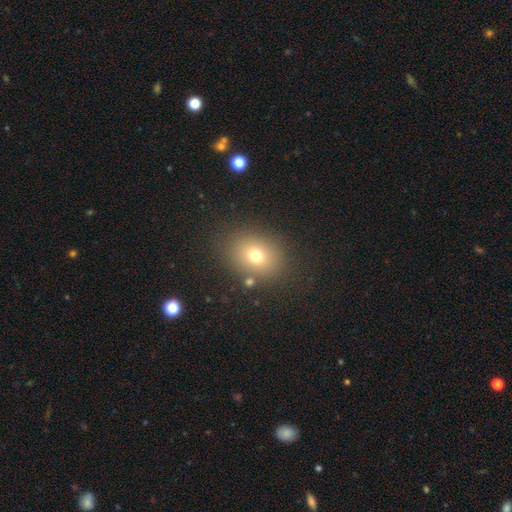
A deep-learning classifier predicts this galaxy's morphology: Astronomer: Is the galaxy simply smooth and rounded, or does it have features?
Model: smooth — 71%.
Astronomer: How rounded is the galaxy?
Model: round — 52% (runner-up: in between, 47%).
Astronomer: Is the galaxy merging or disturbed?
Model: none — 82%.